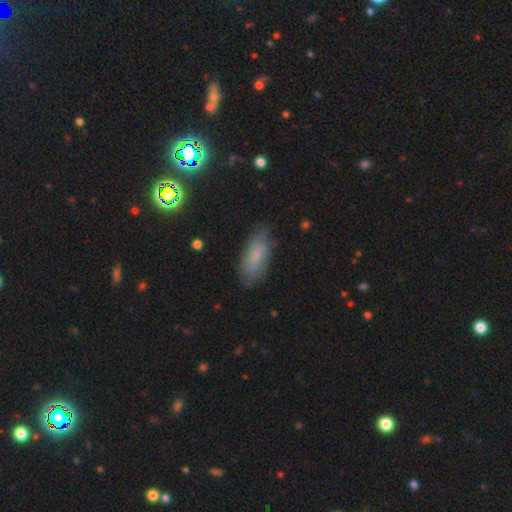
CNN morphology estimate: A smooth galaxy with no disk features (71%) that is in between round and cigar-shaped (78%).

Vote fractions:
- Smooth or featured? smooth: 71% / featured or disk: 19% / star or artifact: 10%
- How rounded? in between: 78% / cigar-shaped: 20% / round: 2%
- Merging? none: 78% / minor disturbance: 16% / major disturbance: 4% / merger: 1%